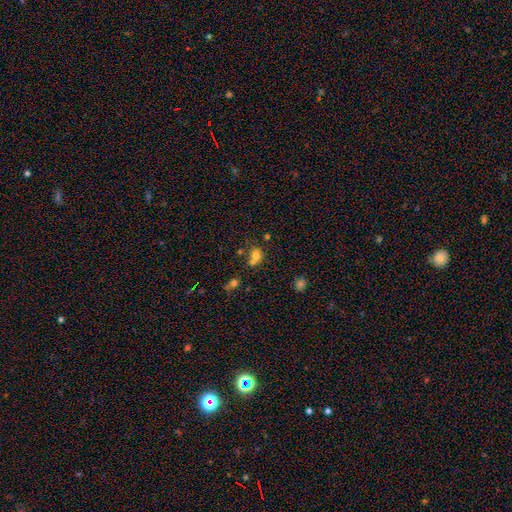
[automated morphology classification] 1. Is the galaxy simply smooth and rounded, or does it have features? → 73% smooth, 15% star or artifact, 12% featured or disk.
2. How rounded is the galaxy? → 70% round, 29% in between, 1% cigar-shaped.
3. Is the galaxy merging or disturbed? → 48% merger, 38% none, 10% minor disturbance, 4% major disturbance.